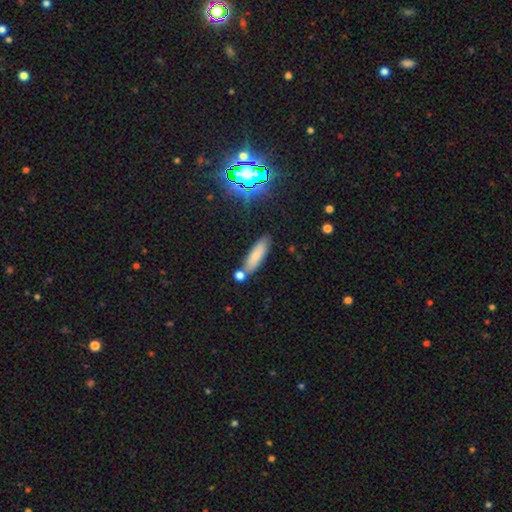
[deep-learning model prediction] smooth-or-featured: smooth: 77% | featured or disk: 13% | star or artifact: 10%
  how-rounded: cigar-shaped: 57% | in between: 41% | round: 2%
  merging: none: 71% | merger: 13% | minor disturbance: 12% | major disturbance: 3%